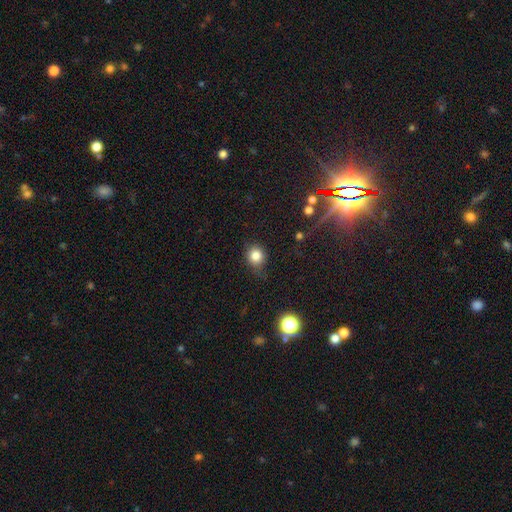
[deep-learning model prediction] smooth 82%, star or artifact 12%, featured or disk 7%. Down the decision tree: how rounded — round (79%); merging — none (72%).